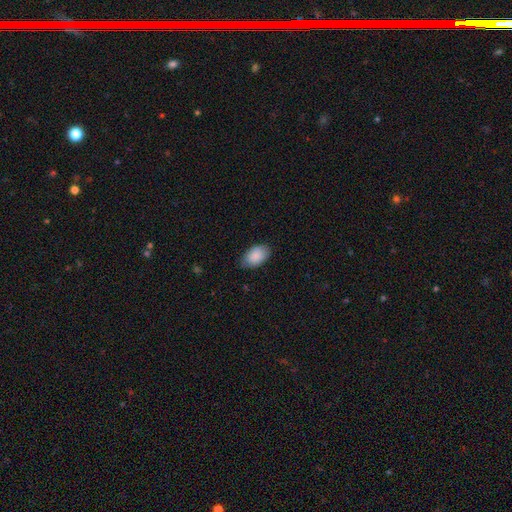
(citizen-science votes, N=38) Smooth or featured: smooth — 84% (featured or disk — 11%)
How rounded: in between — 88% (round — 9%)
Merging: none — 56% (minor disturbance — 36%)